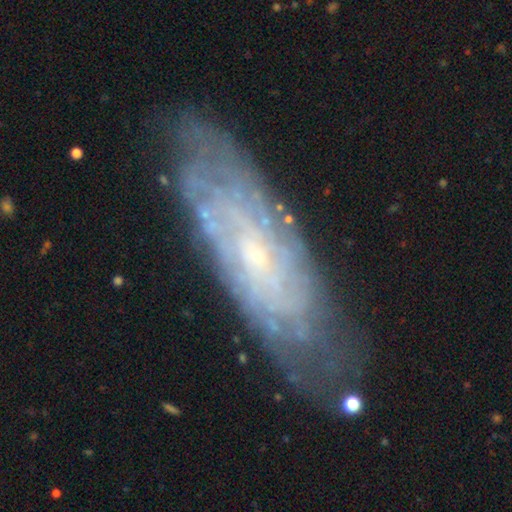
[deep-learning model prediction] Morphology: type=featured or disk (78%); edge-on=no (81%); bar=no (65%); spiral arms=yes (88%); winding=tight (75%); arm count=can't tell (65%); bulge=small (76%); merging=none (77%).